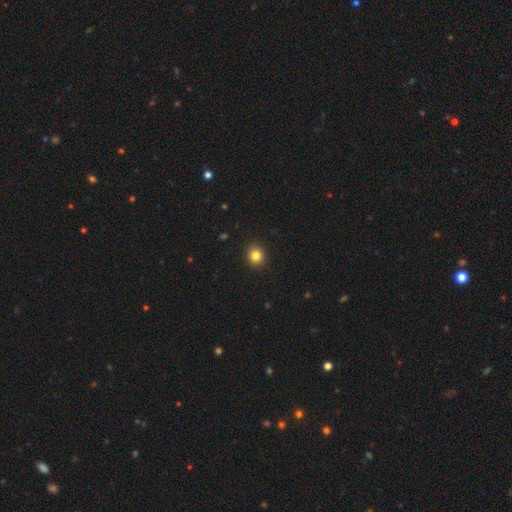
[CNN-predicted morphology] Smooth or featured? smooth (83%)
How rounded? round (82%)
Merging? none (91%)